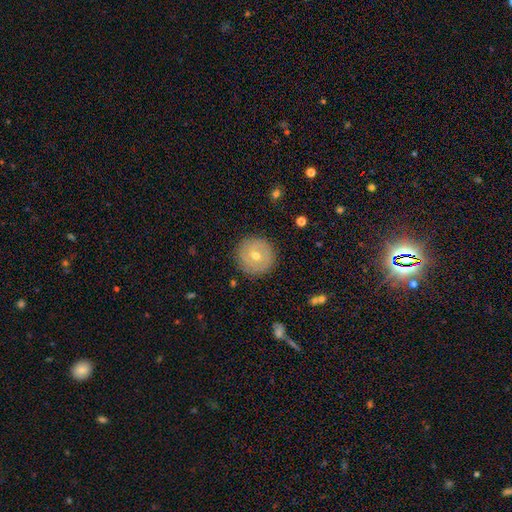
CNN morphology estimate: smooth_or_featured: featured or disk (p=0.57) [alt: smooth p=0.34]
disk_edge_on: no (p=0.96) [alt: yes p=0.04]
bar: no (p=0.65) [alt: weak p=0.27]
has_spiral_arms: yes (p=0.62) [alt: no p=0.38]
bulge_size: moderate (p=0.58) [alt: small p=0.39]
merging: none (p=0.88) [alt: minor disturbance p=0.08]